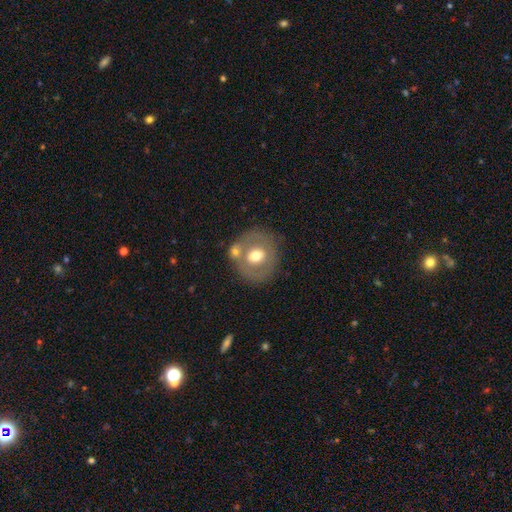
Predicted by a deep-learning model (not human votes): This is possibly a smooth galaxy (52%). How rounded: clearly round (82%). Merging: likely none (62%).